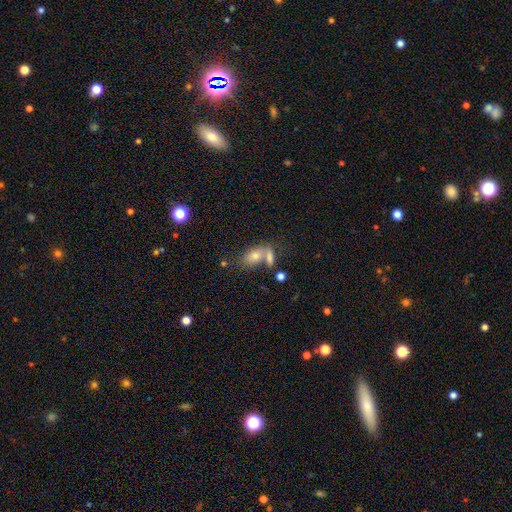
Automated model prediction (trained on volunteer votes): Smooth or featured? Predicted: smooth (p=0.67). How rounded? Predicted: in between (p=0.82). Merging? Predicted: none (p=0.41, tied with merger).